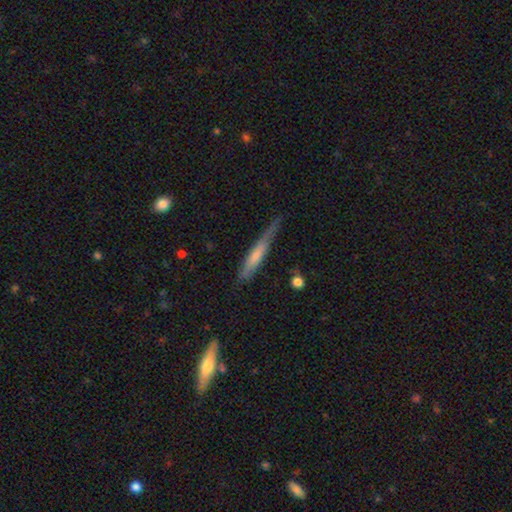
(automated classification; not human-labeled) Smooth or featured? smooth (53%)
How rounded? cigar-shaped (92%)
Merging? none (58%)